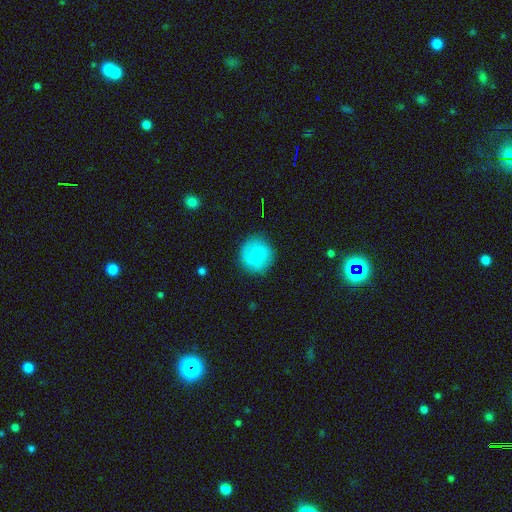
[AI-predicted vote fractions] Smooth or featured? smooth (57%)
How rounded? round (93%)
Merging? none (84%)